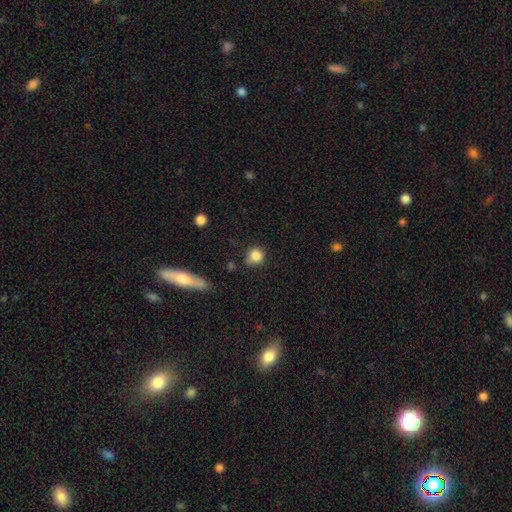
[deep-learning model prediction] Overall: smooth (85%). How rounded: round (84%). Merging: none (68%).